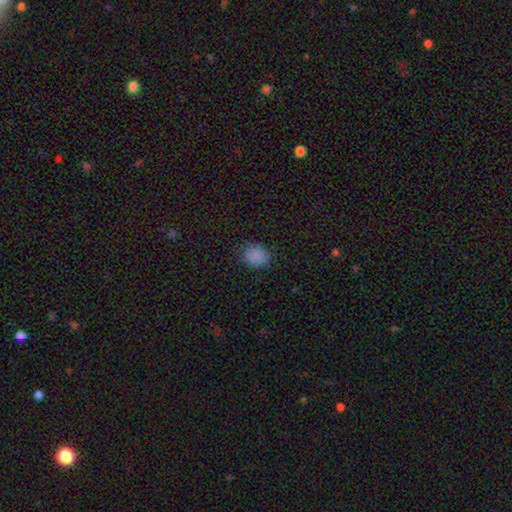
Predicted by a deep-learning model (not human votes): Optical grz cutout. It shows a smooth galaxy with no disk features (85%) that is round (60%). Merging: none (83%).